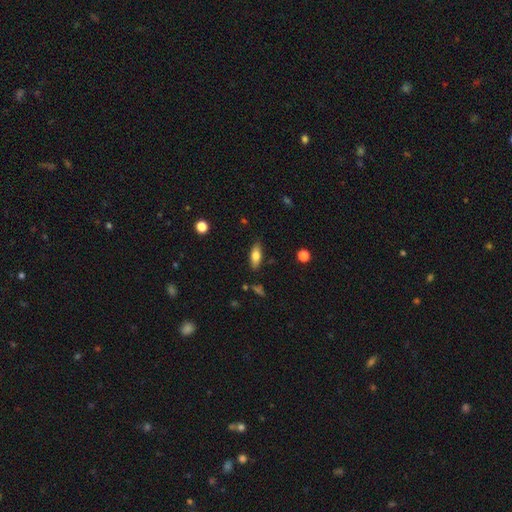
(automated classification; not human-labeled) Smooth or featured? Predicted: smooth (p=0.71). How rounded? Predicted: in between (p=0.71). Merging? Predicted: none (p=0.83).